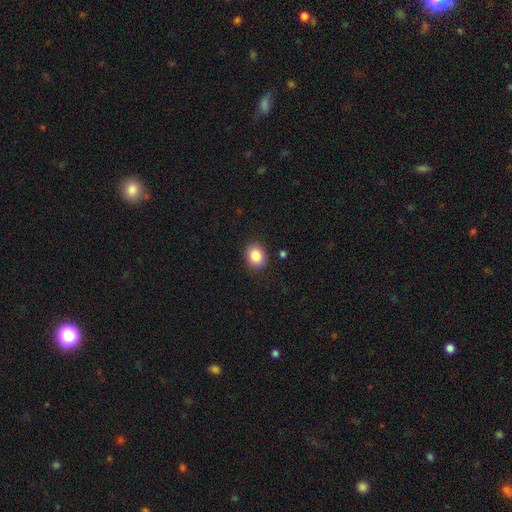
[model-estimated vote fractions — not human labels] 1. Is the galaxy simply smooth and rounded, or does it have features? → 84% smooth, 10% star or artifact, 6% featured or disk.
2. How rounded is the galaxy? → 69% round, 30% in between, 1% cigar-shaped.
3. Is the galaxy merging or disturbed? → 87% none, 9% minor disturbance, 2% major disturbance, 2% merger.